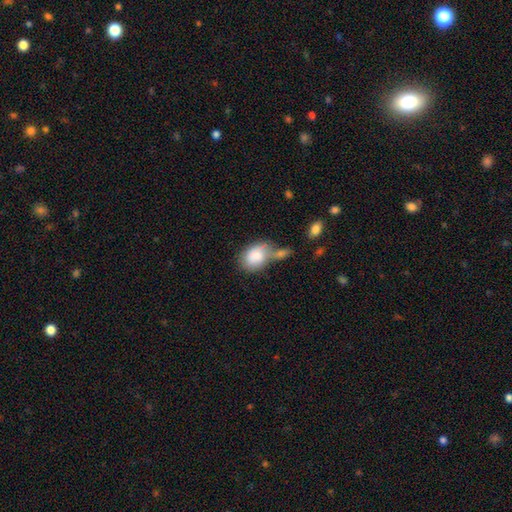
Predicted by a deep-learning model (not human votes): A smooth galaxy with no disk features (79%) that is in between round and cigar-shaped (75%).

Vote fractions:
- Smooth or featured? smooth: 79% / featured or disk: 14% / star or artifact: 7%
- How rounded? in between: 75% / round: 24% / cigar-shaped: 1%
- Merging? merger: 42% / none: 26% / minor disturbance: 19% / major disturbance: 13%